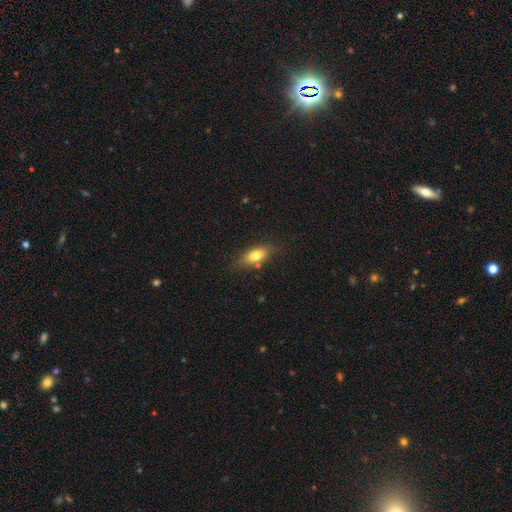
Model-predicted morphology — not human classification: smooth 75%, featured or disk 17%, star or artifact 8%. Down the decision tree: how rounded — in between (80%); merging — none (75%).